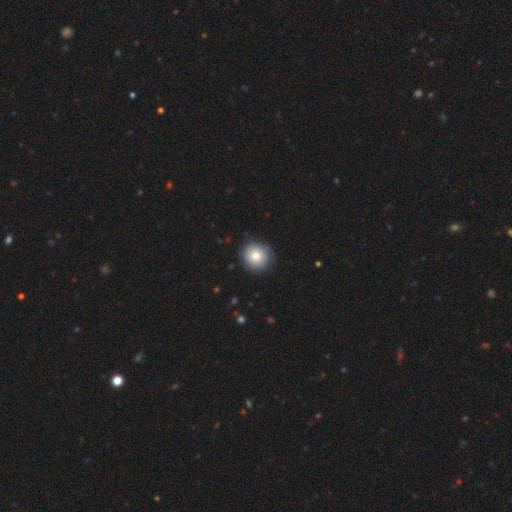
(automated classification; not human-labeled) Overall: smooth (79%). How rounded: round (93%). Merging: none (86%).